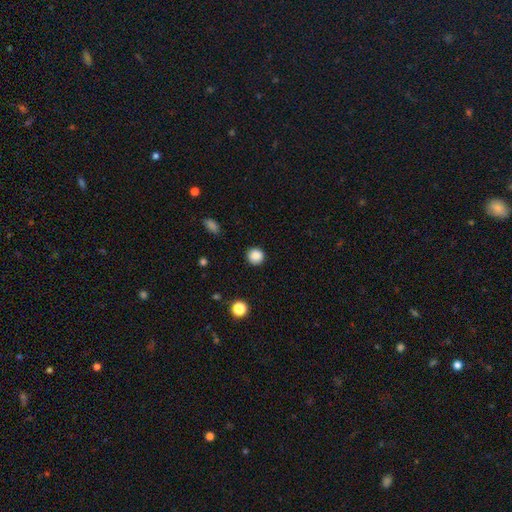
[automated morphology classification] smooth-or-featured: smooth: 87% | star or artifact: 10% | featured or disk: 3%
  how-rounded: round: 92% | in between: 7% | cigar-shaped: 1%
  merging: none: 91% | minor disturbance: 6% | major disturbance: 2% | merger: 1%